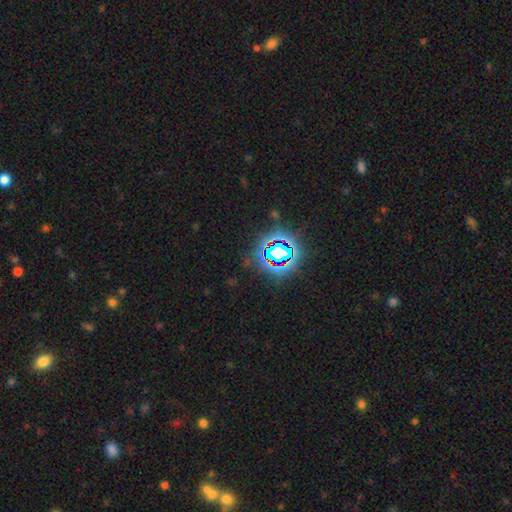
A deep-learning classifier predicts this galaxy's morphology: This is likely a star or artifact rather than a galaxy (79%).